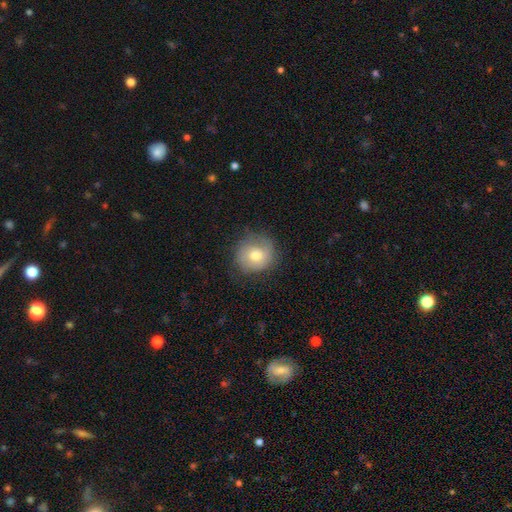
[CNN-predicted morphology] Overall: smooth (63%; featured or disk 28%). How rounded: round (86%). Merging: none (69%).